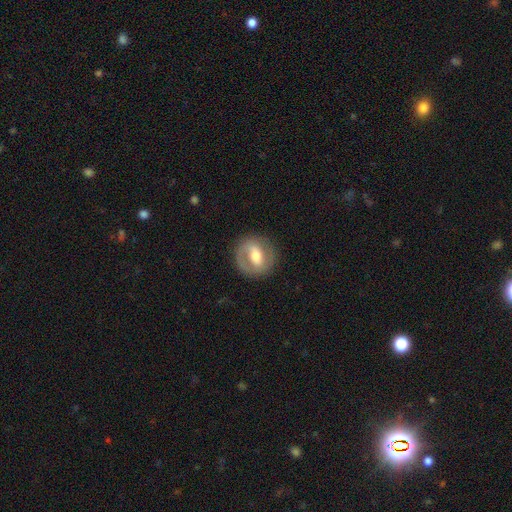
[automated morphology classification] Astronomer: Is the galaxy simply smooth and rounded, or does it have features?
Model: featured or disk — 64%.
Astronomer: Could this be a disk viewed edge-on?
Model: no — 95%.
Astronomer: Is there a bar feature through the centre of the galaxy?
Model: weak — 42% (runner-up: strong, 40%).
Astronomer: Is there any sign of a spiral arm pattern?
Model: yes — 63%.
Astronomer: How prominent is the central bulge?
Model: moderate — 67%.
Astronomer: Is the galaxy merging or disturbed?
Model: none — 80%.